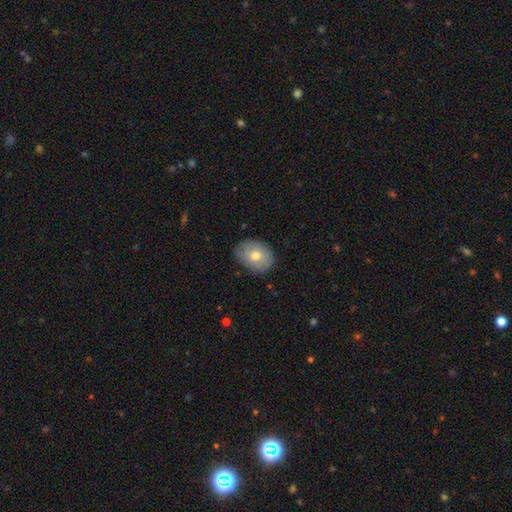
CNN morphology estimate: smooth-or-featured: smooth: 69% | featured or disk: 24% | star or artifact: 8%
  how-rounded: in between: 67% | round: 32% | cigar-shaped: 1%
  merging: none: 83% | minor disturbance: 13% | major disturbance: 3% | merger: 1%